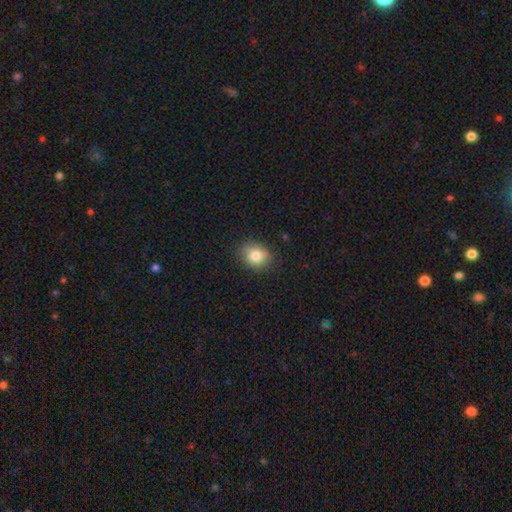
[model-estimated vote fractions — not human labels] Overall: smooth (81%). How rounded: round (52%; in between 47%). Merging: none (81%).